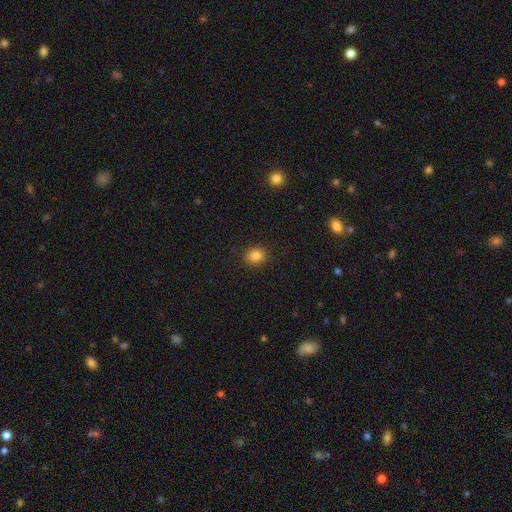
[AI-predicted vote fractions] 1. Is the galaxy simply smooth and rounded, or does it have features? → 84% smooth, 12% star or artifact, 4% featured or disk.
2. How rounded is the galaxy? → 66% round, 33% in between, 1% cigar-shaped.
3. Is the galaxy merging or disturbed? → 88% none, 8% minor disturbance, 3% major disturbance, 1% merger.